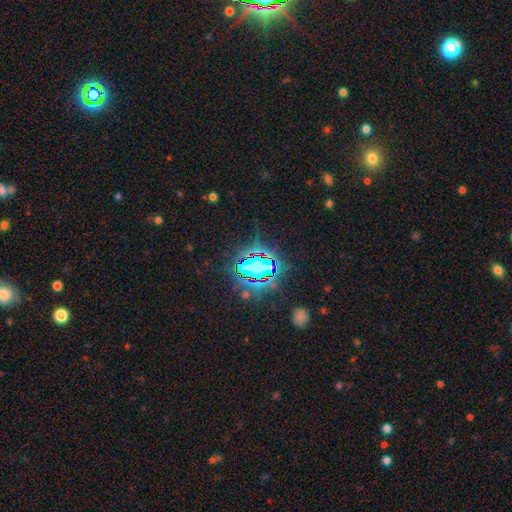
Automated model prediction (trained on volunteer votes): A star or artifact, not a galaxy (80%).